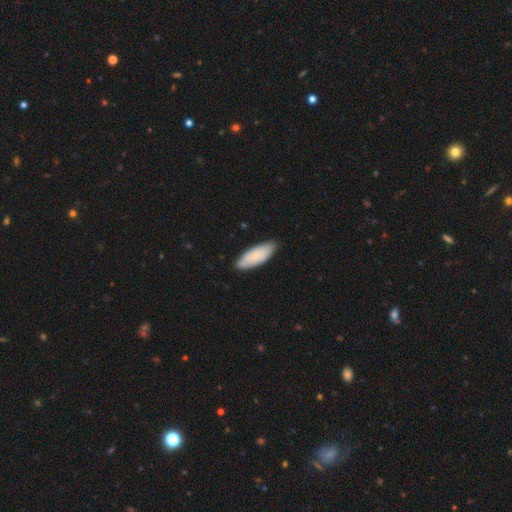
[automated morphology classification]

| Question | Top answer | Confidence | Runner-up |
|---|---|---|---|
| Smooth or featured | smooth | 79% | featured or disk (16%) |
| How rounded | in between | 72% | cigar-shaped (26%) |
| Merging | none | 81% | minor disturbance (16%) |